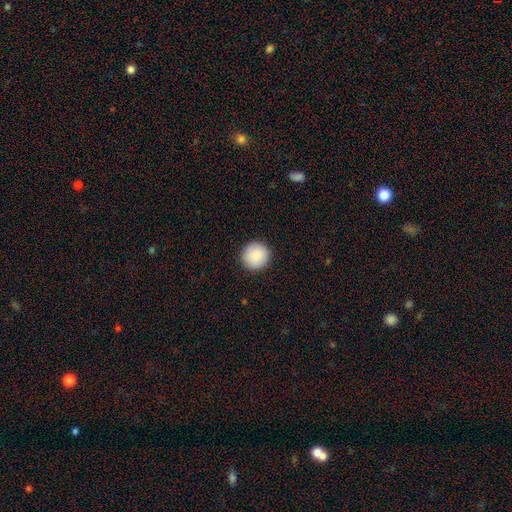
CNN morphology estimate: Smooth or featured?
  - smooth: 89% *
  - star or artifact: 7%
  - featured or disk: 4%
How rounded?
  - round: 95% *
  - in between: 4%
  - cigar-shaped: 1%
Merging?
  - none: 92% *
  - minor disturbance: 5%
  - major disturbance: 2%
  - merger: 1%